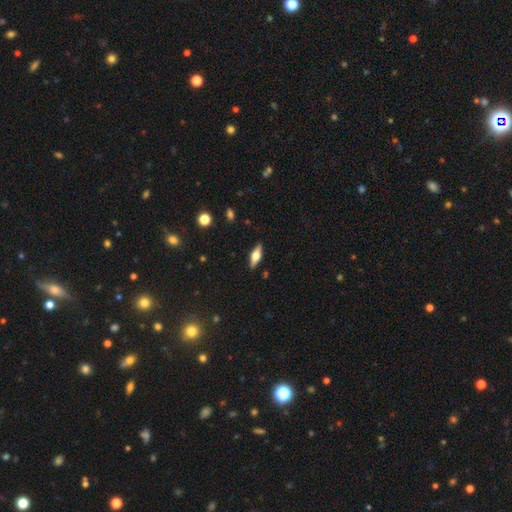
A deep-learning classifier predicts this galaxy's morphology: Smooth or featured? Predicted: featured or disk (p=0.50). Merging? Predicted: none (p=0.89).